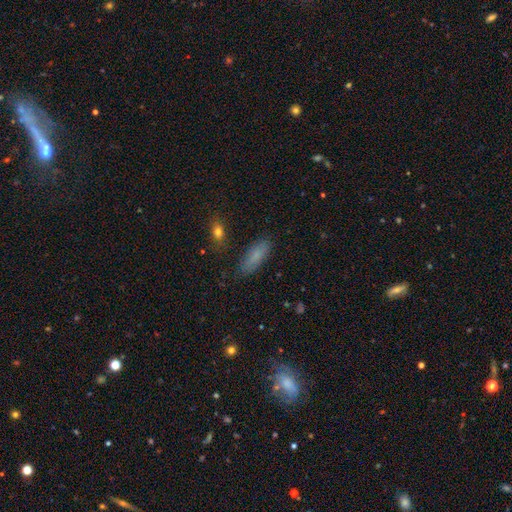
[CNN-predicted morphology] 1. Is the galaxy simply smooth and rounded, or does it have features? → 77% smooth, 13% featured or disk, 10% star or artifact.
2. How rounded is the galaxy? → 58% in between, 39% cigar-shaped, 3% round.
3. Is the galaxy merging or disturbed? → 83% none, 12% minor disturbance, 3% major disturbance, 2% merger.